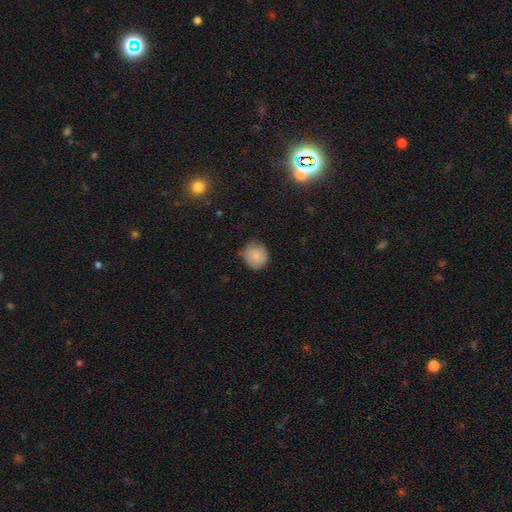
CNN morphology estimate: A smooth galaxy with no disk features (74%) that is round (86%). Merging: none (75%).